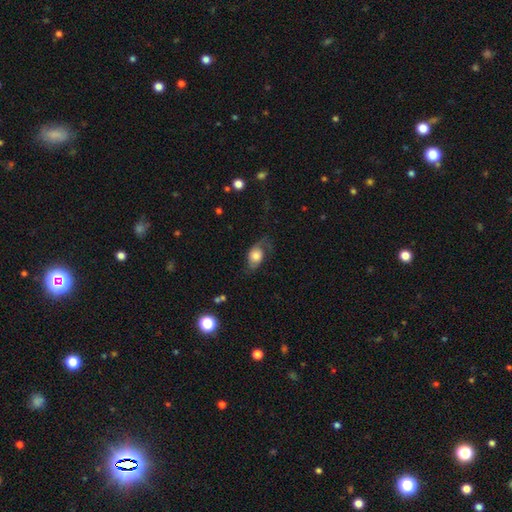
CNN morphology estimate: Smooth or featured?
  - smooth: 54% *
  - featured or disk: 38%
  - star or artifact: 8%
How rounded?
  - in between: 72% *
  - round: 25%
  - cigar-shaped: 3%
Merging?
  - none: 47% *
  - minor disturbance: 26%
  - major disturbance: 25%
  - merger: 2%